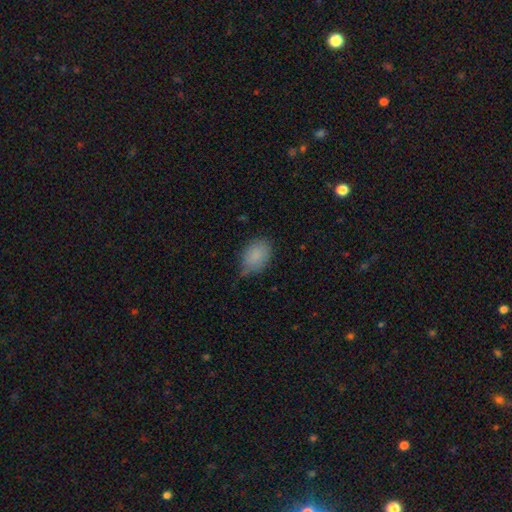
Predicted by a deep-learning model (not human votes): This appears to be a smooth galaxy with no disk features (85%) that is in between round and cigar-shaped (78%). Merging: none (55%).